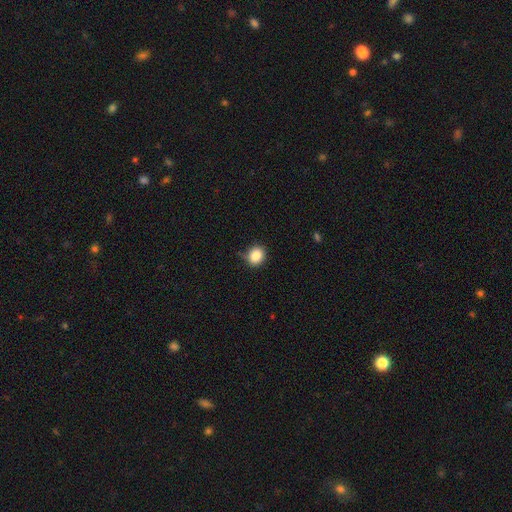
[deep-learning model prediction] The model was most divided on "how rounded": round: 71%, in between: 28%, cigar-shaped: 1%. More confident: smooth or featured — smooth (85%); merging — none (78%).